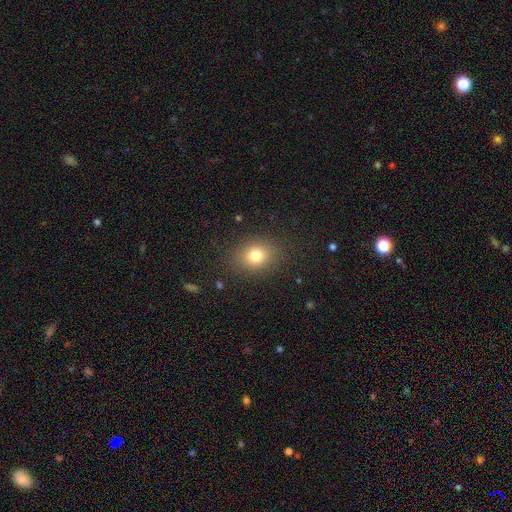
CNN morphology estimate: Smooth or featured? Predicted: smooth (p=0.78). How rounded? Predicted: round (p=0.50). Merging? Predicted: none (p=0.86).